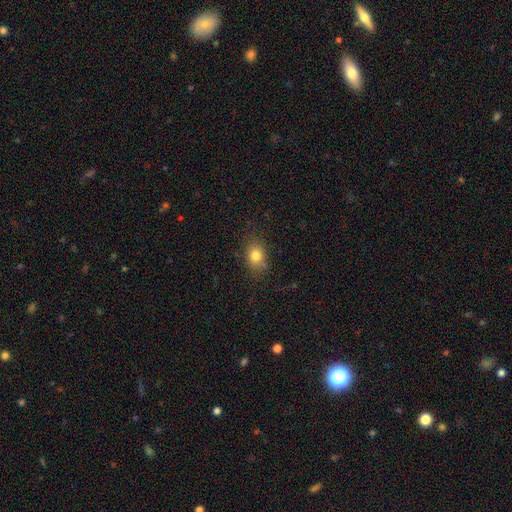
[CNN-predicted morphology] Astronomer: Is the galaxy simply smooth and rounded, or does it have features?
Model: smooth — 80%.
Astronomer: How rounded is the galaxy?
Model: in between — 59% (runner-up: round, 39%).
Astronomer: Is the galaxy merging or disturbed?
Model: none — 78%.